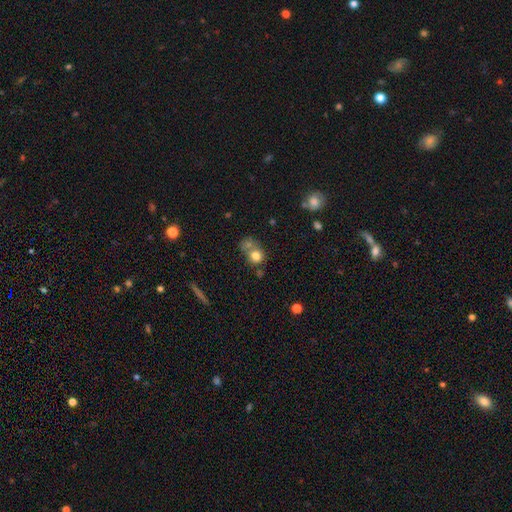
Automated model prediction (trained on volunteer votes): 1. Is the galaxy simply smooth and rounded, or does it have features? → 75% smooth, 13% featured or disk, 11% star or artifact.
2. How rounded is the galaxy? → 72% round, 26% in between, 1% cigar-shaped.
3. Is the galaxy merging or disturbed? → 44% merger, 36% none, 12% minor disturbance, 8% major disturbance.